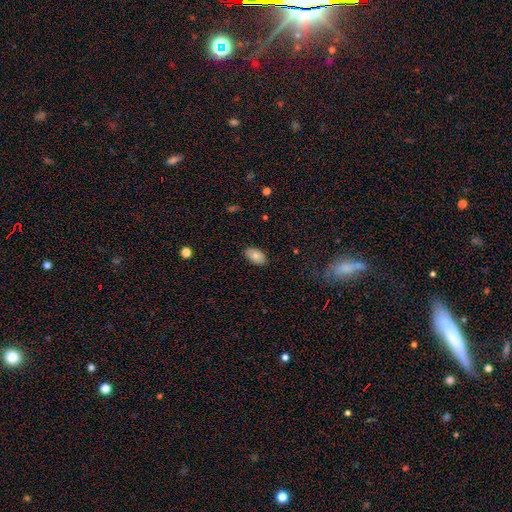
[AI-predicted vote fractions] Smooth or featured?
  - smooth: 84% *
  - featured or disk: 9%
  - star or artifact: 8%
How rounded?
  - in between: 94% *
  - round: 5%
  - cigar-shaped: 1%
Merging?
  - none: 85% *
  - minor disturbance: 11%
  - major disturbance: 2%
  - merger: 1%